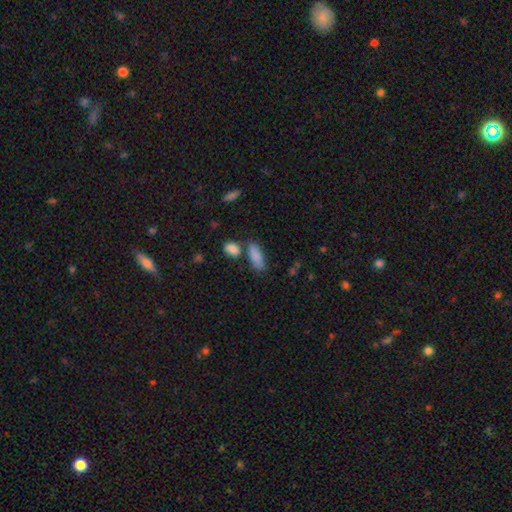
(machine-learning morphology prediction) smooth 85%, featured or disk 7%, star or artifact 7%. Down the decision tree: how rounded — in between (74%); merging — none (62%).